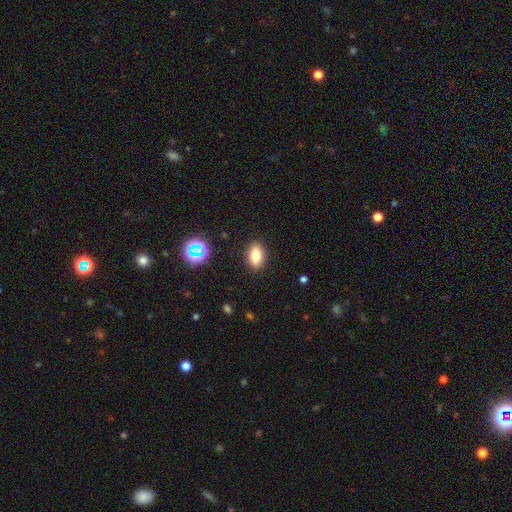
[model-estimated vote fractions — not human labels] smooth_or_featured: smooth (p=0.75) [alt: featured or disk p=0.13]
how_rounded: in between (p=0.85) [alt: round p=0.11]
merging: none (p=0.88) [alt: minor disturbance p=0.08]